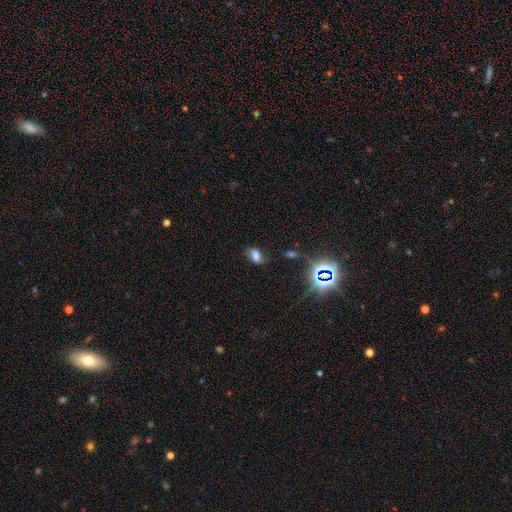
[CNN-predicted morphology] This is possibly a smooth galaxy (49%). Merging: likely none (68%).